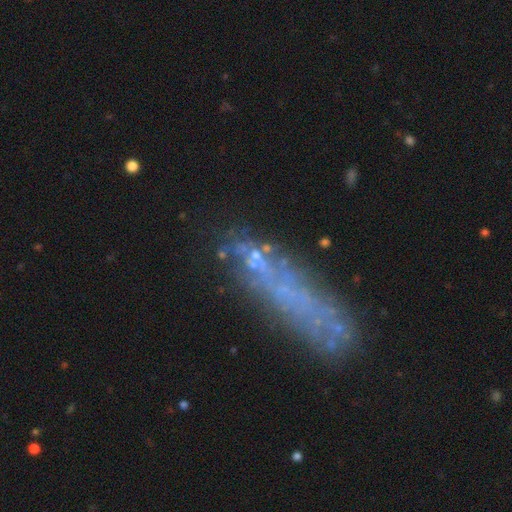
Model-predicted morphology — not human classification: smooth-or-featured: featured or disk: 45% | smooth: 34% | star or artifact: 21%
  merging: none: 65% | minor disturbance: 18% | major disturbance: 11% | merger: 6%